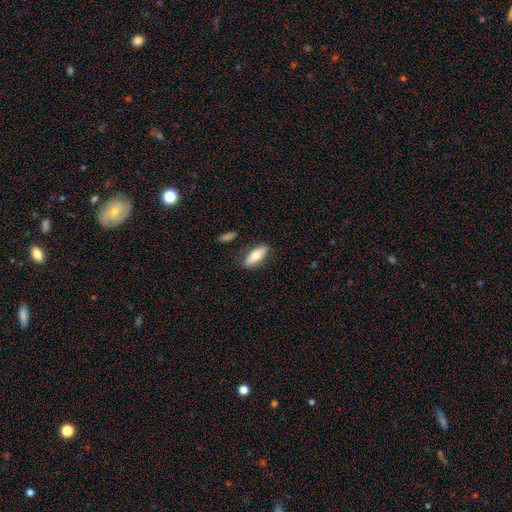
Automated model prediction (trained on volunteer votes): smooth-or-featured: smooth: 67% | featured or disk: 26% | star or artifact: 6%
  how-rounded: in between: 72% | cigar-shaped: 26% | round: 3%
  merging: none: 83% | minor disturbance: 12% | major disturbance: 3% | merger: 3%